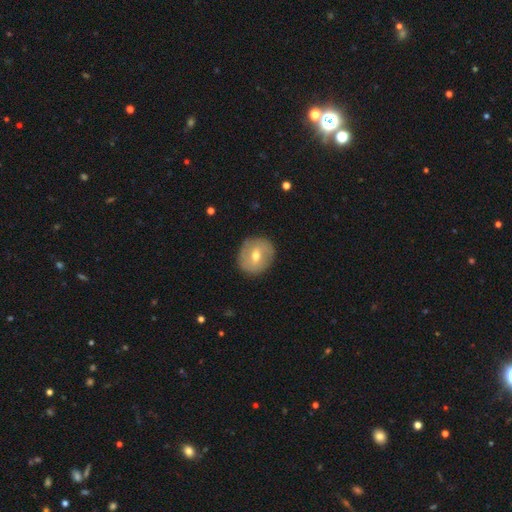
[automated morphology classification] This is possibly a featured or disk galaxy (49%). Merging: clearly none (85%).